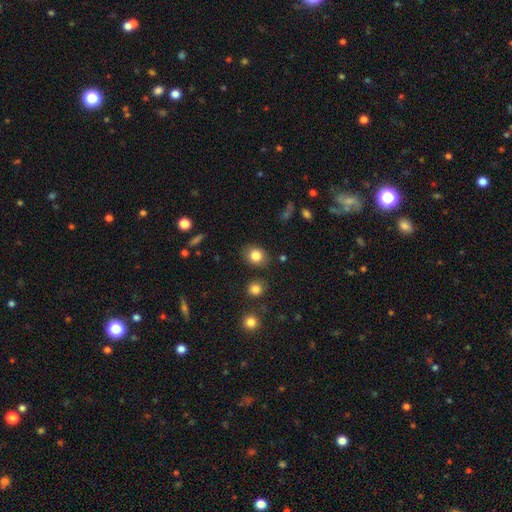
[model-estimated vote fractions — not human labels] The model was most divided on "how rounded": round: 61%, in between: 38%, cigar-shaped: 1%. More confident: merging — none (85%); smooth or featured — smooth (83%).